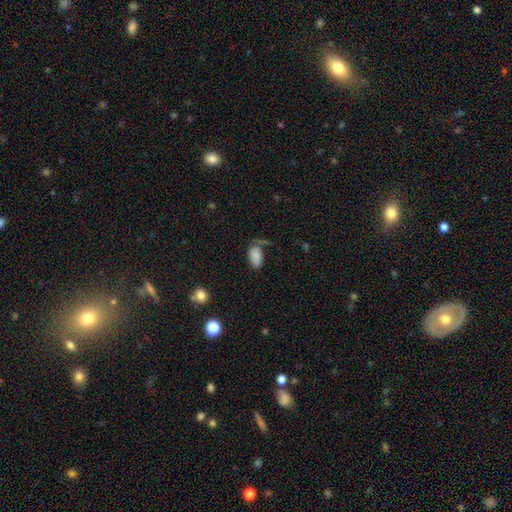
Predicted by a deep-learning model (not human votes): Smooth or featured: smooth — 77% (featured or disk — 13%)
How rounded: in between — 93% (round — 5%)
Merging: none — 46% (minor disturbance — 28%)